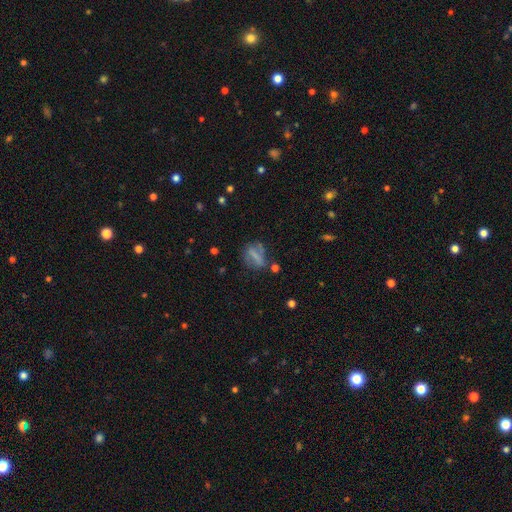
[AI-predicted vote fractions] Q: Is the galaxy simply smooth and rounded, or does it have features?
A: smooth — 52%.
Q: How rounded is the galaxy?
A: in between — 54%.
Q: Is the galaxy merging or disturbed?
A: none — 52%.